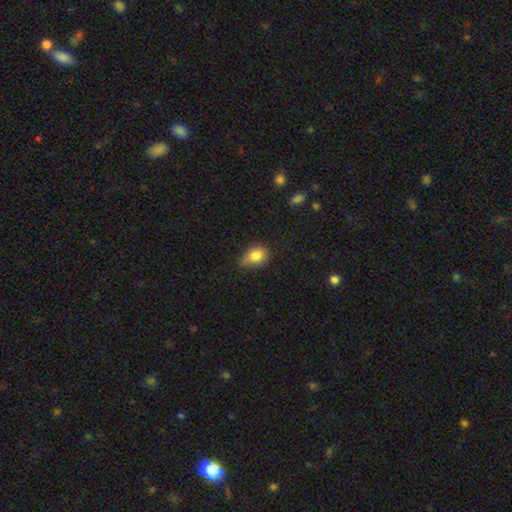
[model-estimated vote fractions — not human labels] Smooth or featured: smooth — 80% (featured or disk — 10%)
How rounded: in between — 65% (round — 33%)
Merging: minor disturbance — 45% (none — 42%)